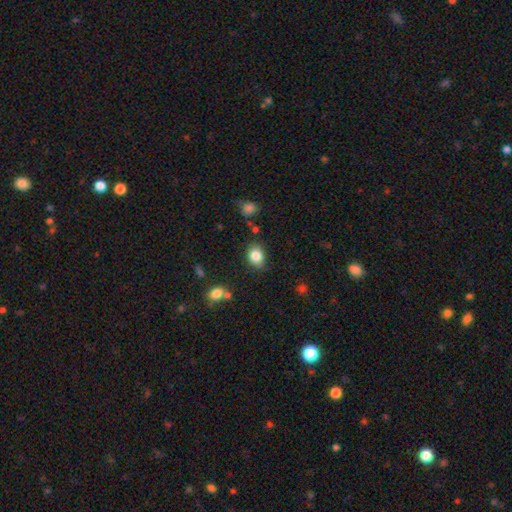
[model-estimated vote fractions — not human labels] The model was most divided on "how rounded": in between: 60%, round: 39%, cigar-shaped: 1%. More confident: smooth or featured — smooth (84%); merging — none (80%).